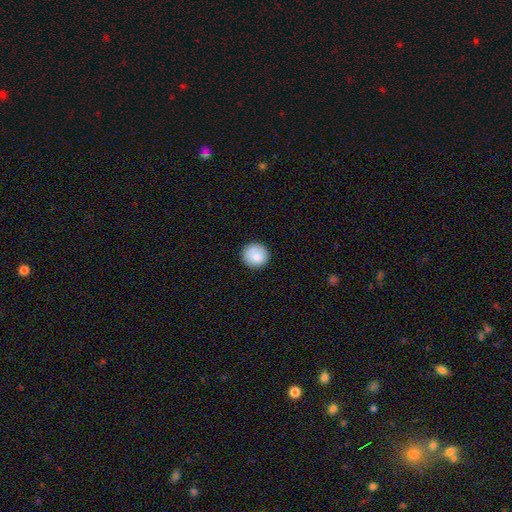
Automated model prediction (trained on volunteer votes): Q: Smooth or featured?
A: smooth (86%); runner-up: star or artifact (8%)
Q: How rounded?
A: round (95%); runner-up: in between (4%)
Q: Merging?
A: none (89%); runner-up: minor disturbance (8%)